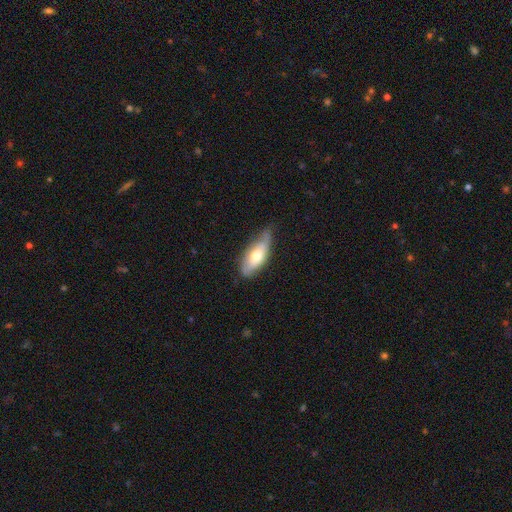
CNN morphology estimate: Q: Smooth or featured?
A: smooth (59%); runner-up: featured or disk (36%)
Q: How rounded?
A: in between (74%); runner-up: cigar-shaped (23%)
Q: Merging?
A: none (56%); runner-up: minor disturbance (35%)